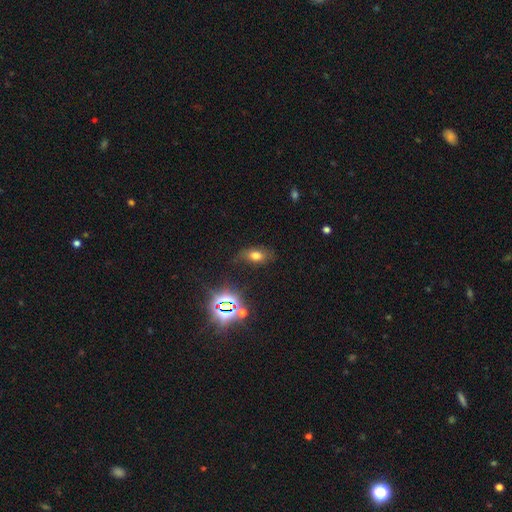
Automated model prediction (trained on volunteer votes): Overall: smooth (62%; star or artifact 24%). How rounded: in between (85%). Merging: none (71%).